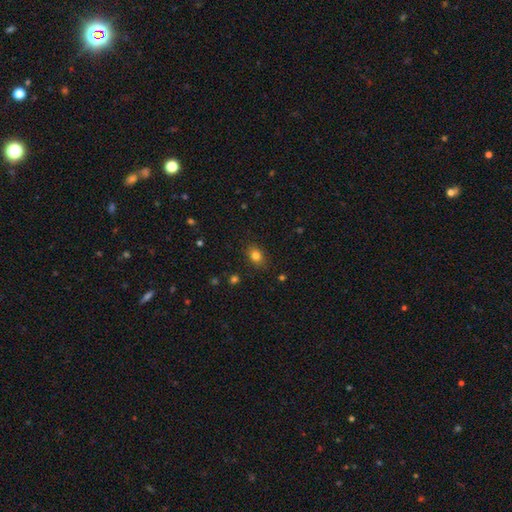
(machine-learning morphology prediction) This appears to be a smooth galaxy with no disk features (82%) that is in between round and cigar-shaped (64%). Merging: none (86%).